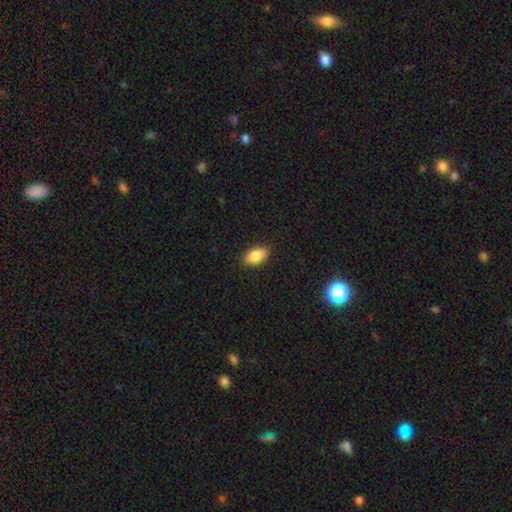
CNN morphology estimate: Smooth or featured: smooth — 85% (featured or disk — 8%)
How rounded: in between — 90% (cigar-shaped — 6%)
Merging: none — 87% (minor disturbance — 10%)